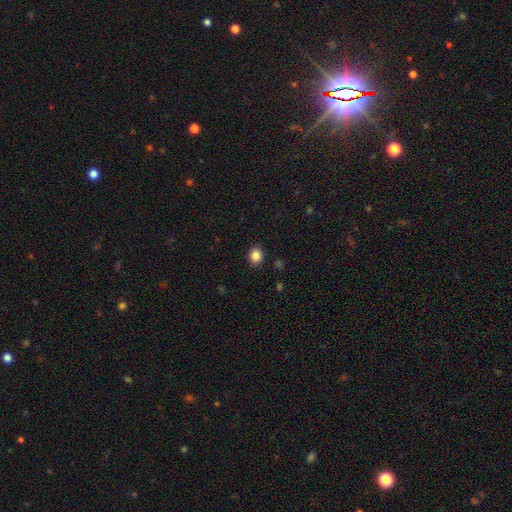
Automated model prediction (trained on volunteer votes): smooth-or-featured: smooth: 85% | star or artifact: 11% | featured or disk: 4%
  how-rounded: round: 76% | in between: 23% | cigar-shaped: 1%
  merging: none: 91% | minor disturbance: 6% | major disturbance: 2% | merger: 1%